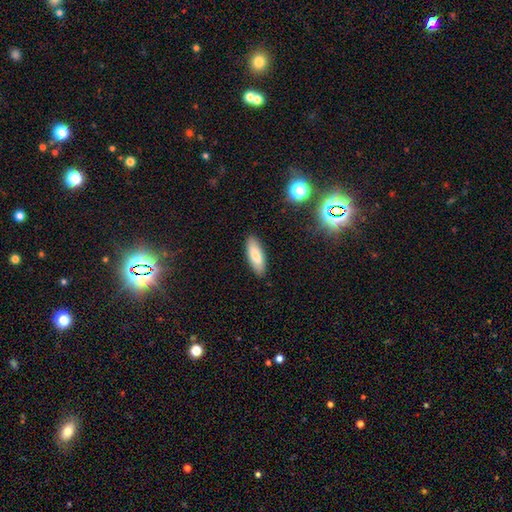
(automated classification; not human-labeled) Smooth or featured? smooth (83%)
How rounded? in between (59%)
Merging? none (88%)